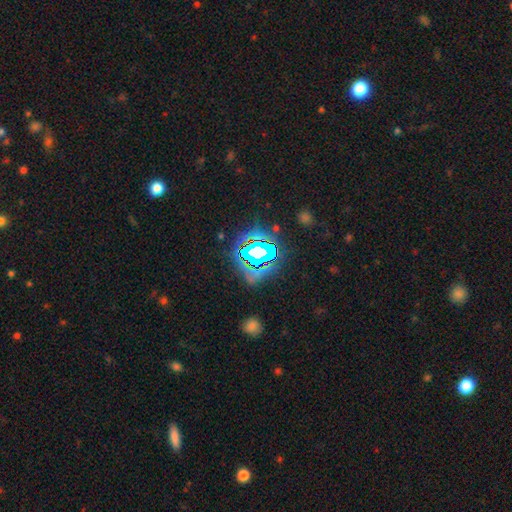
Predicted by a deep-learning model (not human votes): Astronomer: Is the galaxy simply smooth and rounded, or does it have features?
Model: star or artifact — 78%.